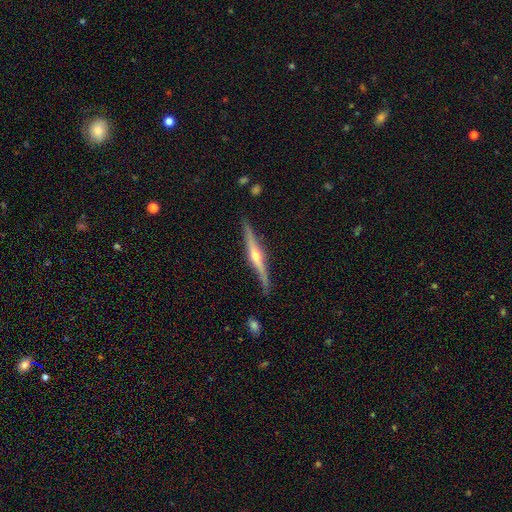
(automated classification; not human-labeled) Smooth or featured? Predicted: featured or disk (p=0.83). Edge-on disk? Predicted: yes (p=0.97). Edge-on bulge? Predicted: rounded (p=0.92). Merging? Predicted: none (p=0.85).